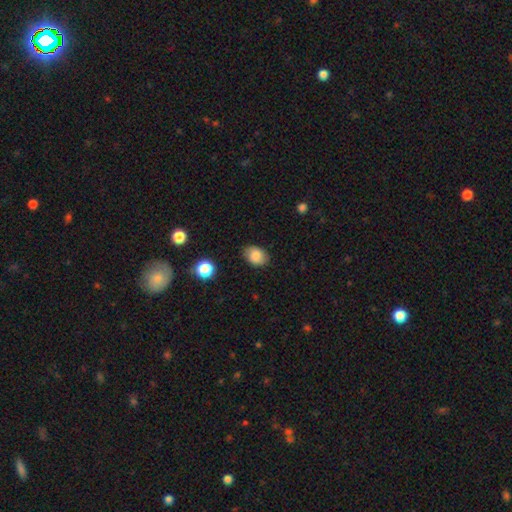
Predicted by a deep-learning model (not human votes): A smooth galaxy with no disk features (84%) that is in between round and cigar-shaped (68%). Merging: none (80%).